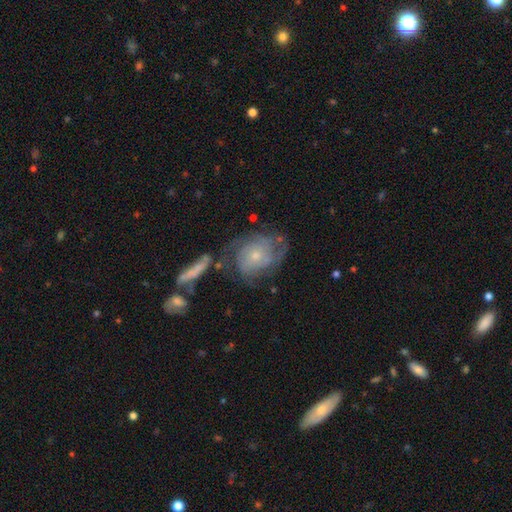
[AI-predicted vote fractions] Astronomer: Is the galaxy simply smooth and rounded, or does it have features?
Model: featured or disk — 71%.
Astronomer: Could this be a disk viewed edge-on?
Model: no — 96%.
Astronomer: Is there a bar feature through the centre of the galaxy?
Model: no — 80%.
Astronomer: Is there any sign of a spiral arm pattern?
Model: yes — 84%.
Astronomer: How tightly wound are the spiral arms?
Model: tight — 55% (runner-up: medium, 33%).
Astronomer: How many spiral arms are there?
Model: can't tell — 43% (runner-up: 2, 30%).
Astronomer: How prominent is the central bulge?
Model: small — 66%.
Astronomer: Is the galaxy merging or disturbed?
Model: none — 53%.